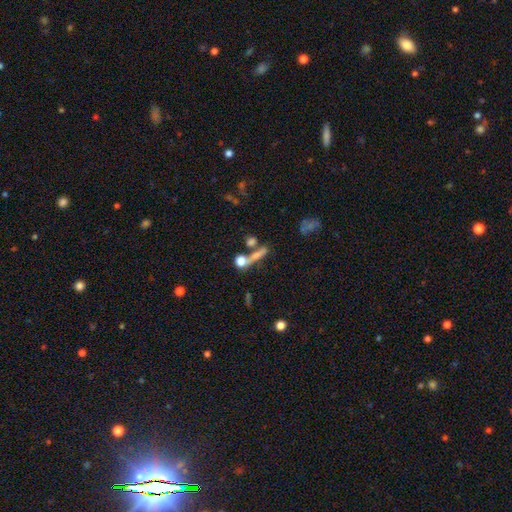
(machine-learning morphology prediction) Smooth or featured?
  - smooth: 60% *
  - featured or disk: 23%
  - star or artifact: 17%
How rounded?
  - cigar-shaped: 52% *
  - round: 29%
  - in between: 18%
Merging?
  - none: 51% *
  - merger: 27%
  - minor disturbance: 12%
  - major disturbance: 9%